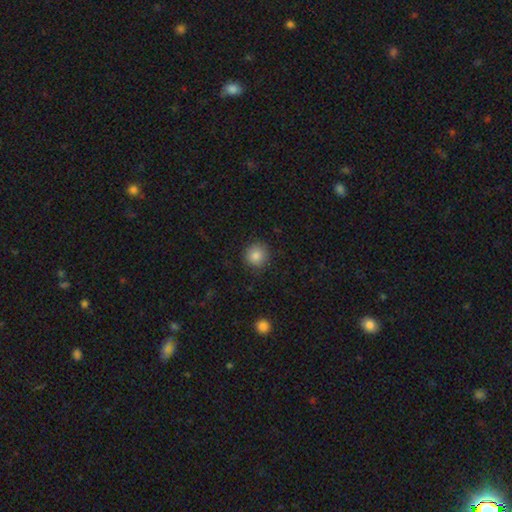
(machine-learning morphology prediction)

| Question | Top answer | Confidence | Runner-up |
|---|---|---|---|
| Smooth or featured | smooth | 85% | star or artifact (10%) |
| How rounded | round | 93% | in between (6%) |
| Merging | none | 88% | minor disturbance (8%) |